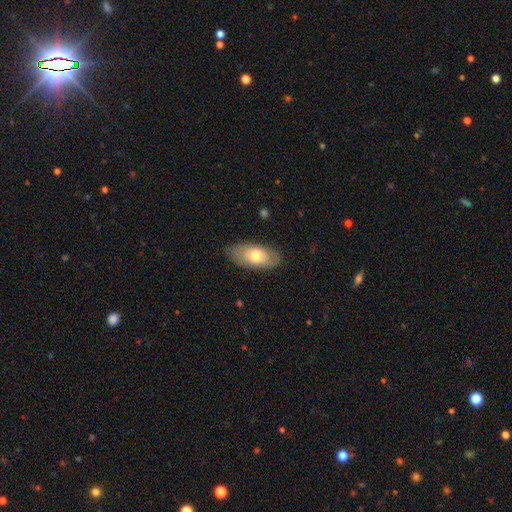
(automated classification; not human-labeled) smooth-or-featured: smooth: 60% | featured or disk: 35% | star or artifact: 5%
  how-rounded: in between: 90% | cigar-shaped: 7% | round: 3%
  merging: none: 80% | minor disturbance: 15% | major disturbance: 3% | merger: 1%